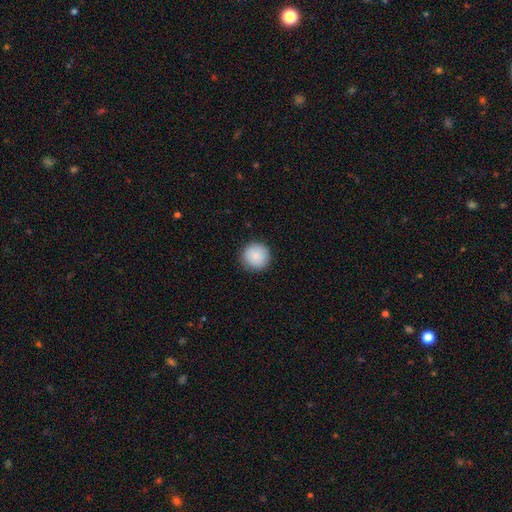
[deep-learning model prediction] smooth_or_featured: smooth (p=0.88) [alt: star or artifact p=0.07]
how_rounded: round (p=0.96) [alt: in between p=0.03]
merging: none (p=0.91) [alt: minor disturbance p=0.07]